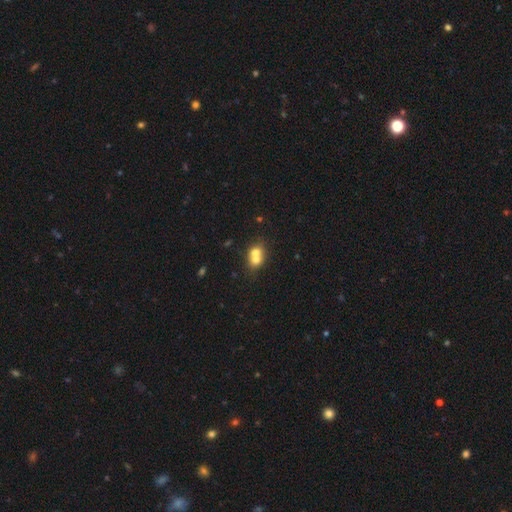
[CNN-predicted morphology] Overall: smooth (66%). How rounded: round (61%; in between 38%). Merging: merger (66%; none 26%).